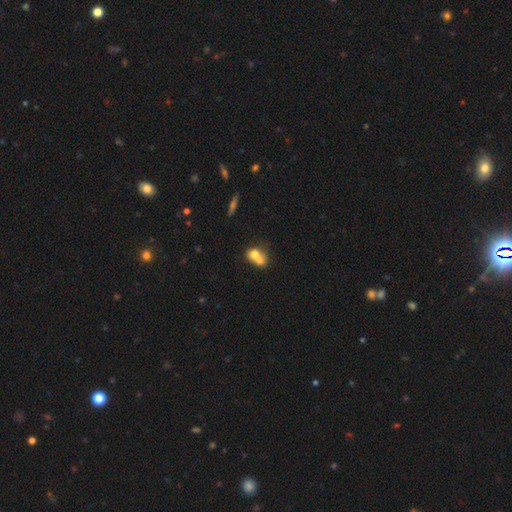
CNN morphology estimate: Smooth or featured? Predicted: smooth (p=0.66). How rounded? Predicted: round (p=0.58). Merging? Predicted: merger (p=0.70).